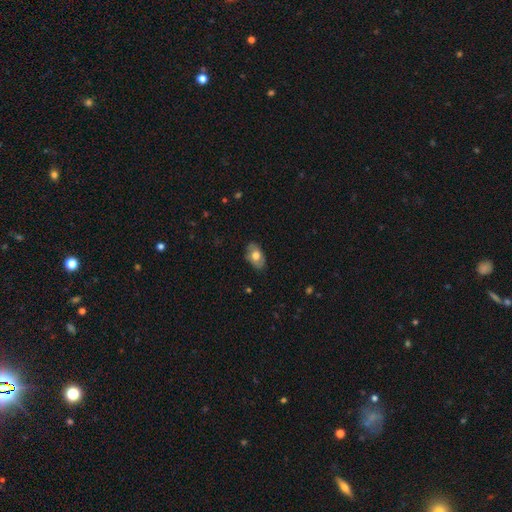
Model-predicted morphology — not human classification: The model was most divided on "smooth or featured": smooth: 61%, featured or disk: 32%, star or artifact: 7%. More confident: how rounded — in between (89%); merging — none (81%).